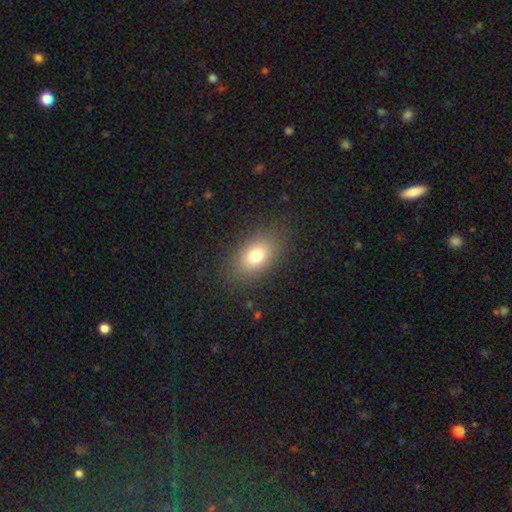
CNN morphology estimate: A smooth galaxy with no disk features (77%) that is in between round and cigar-shaped (81%). Merging: none (85%).